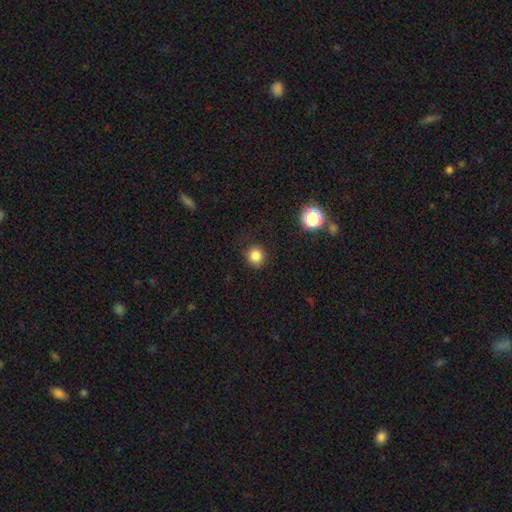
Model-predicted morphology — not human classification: Q: Smooth or featured?
A: smooth (83%); runner-up: star or artifact (13%)
Q: How rounded?
A: round (90%); runner-up: in between (9%)
Q: Merging?
A: none (87%); runner-up: minor disturbance (9%)